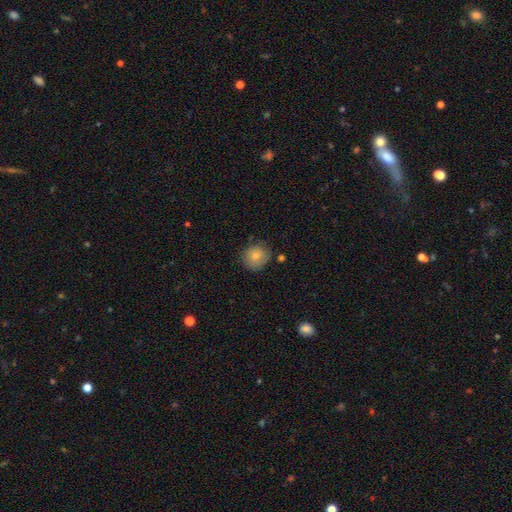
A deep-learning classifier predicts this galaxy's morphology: This is likely a smooth galaxy (79%). How rounded: clearly round (84%). Merging: likely none (72%).